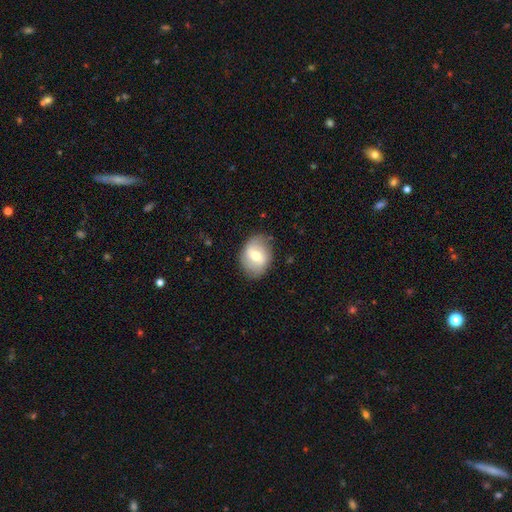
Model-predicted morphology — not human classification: A smooth galaxy with no disk features (51%) that is in between round and cigar-shaped (63%).

Vote fractions:
- Smooth or featured? smooth: 51% / featured or disk: 42% / star or artifact: 7%
- How rounded? in between: 63% / round: 36% / cigar-shaped: 1%
- Merging? none: 77% / minor disturbance: 17% / major disturbance: 5% / merger: 1%